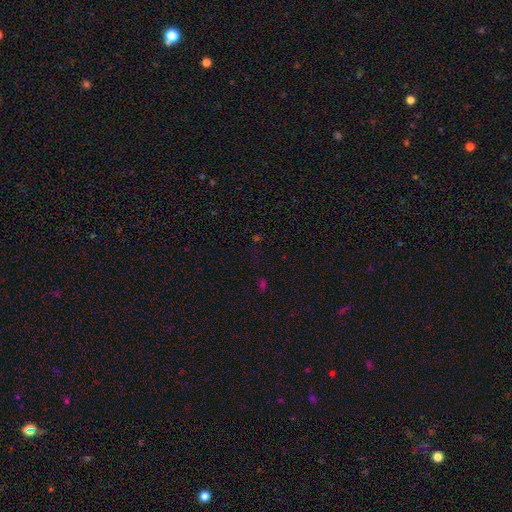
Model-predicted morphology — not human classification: A star or artifact, not a galaxy (60%).